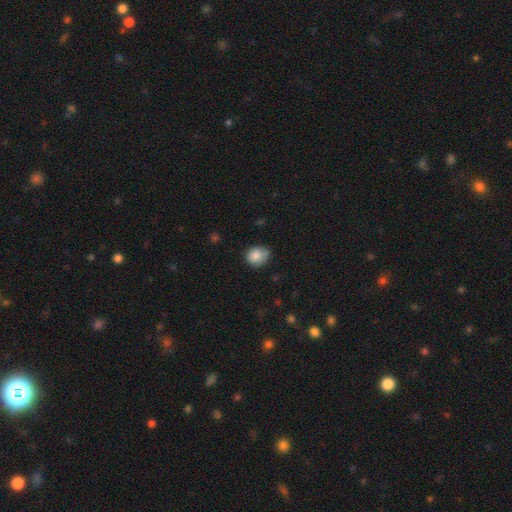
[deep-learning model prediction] smooth 84%, star or artifact 9%, featured or disk 7%. Down the decision tree: how rounded — round (66%); merging — none (61%).